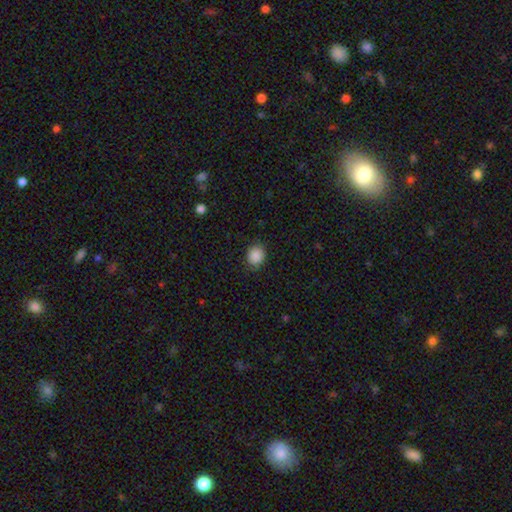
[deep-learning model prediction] Q: Smooth or featured?
A: smooth (88%); runner-up: star or artifact (8%)
Q: How rounded?
A: round (67%); runner-up: in between (33%)
Q: Merging?
A: none (84%); runner-up: minor disturbance (12%)